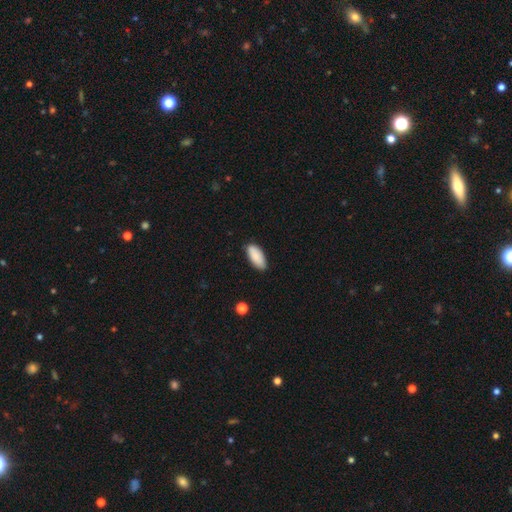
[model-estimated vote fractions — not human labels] Q: Smooth or featured?
A: smooth (89%); runner-up: star or artifact (6%)
Q: How rounded?
A: in between (88%); runner-up: cigar-shaped (10%)
Q: Merging?
A: none (83%); runner-up: minor disturbance (13%)